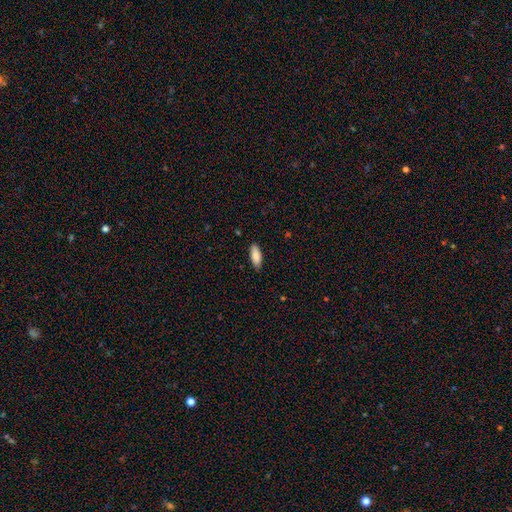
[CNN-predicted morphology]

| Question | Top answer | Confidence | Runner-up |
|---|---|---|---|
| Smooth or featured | smooth | 87% | featured or disk (7%) |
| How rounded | in between | 74% | cigar-shaped (24%) |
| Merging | none | 87% | minor disturbance (10%) |